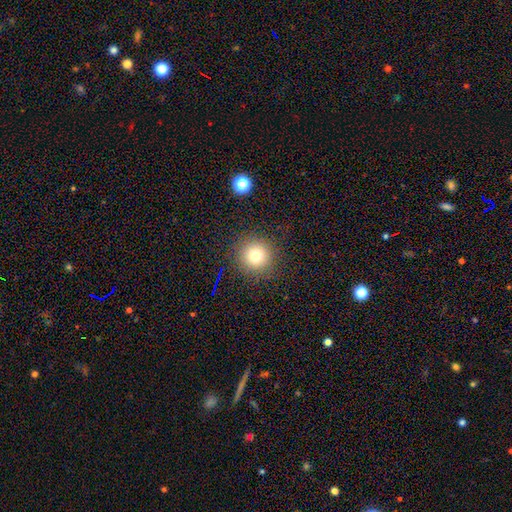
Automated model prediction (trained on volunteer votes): A smooth galaxy with no disk features (75%) that is round (95%).

Vote fractions:
- Smooth or featured? smooth: 75% / star or artifact: 16% / featured or disk: 10%
- How rounded? round: 95% / in between: 4% / cigar-shaped: 1%
- Merging? none: 89% / minor disturbance: 7% / major disturbance: 3% / merger: 1%